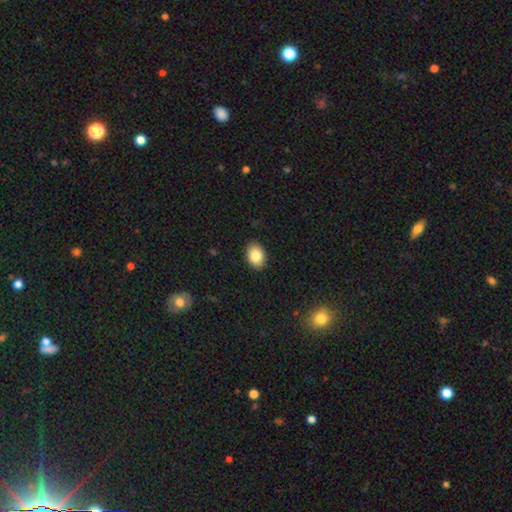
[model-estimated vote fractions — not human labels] This is clearly a smooth galaxy (84%). How rounded: likely in between (80%). Merging: clearly none (90%).